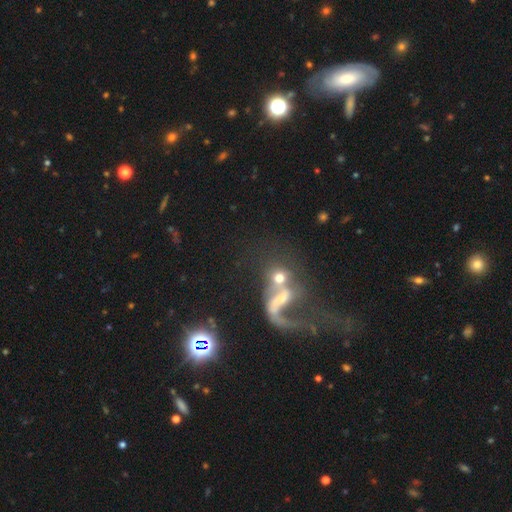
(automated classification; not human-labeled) Smooth or featured?
  - featured or disk: 52% *
  - smooth: 28%
  - star or artifact: 20%
Edge-on disk?
  - no: 90% *
  - yes: 10%
Merging?
  - merger: 56% *
  - major disturbance: 20%
  - none: 16%
  - minor disturbance: 8%